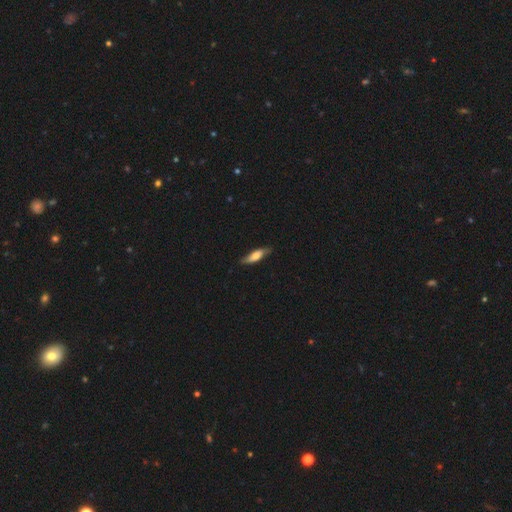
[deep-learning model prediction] This appears to be a smooth galaxy with no disk features (59%) that is cigar-shaped (53%). Merging: none (75%).